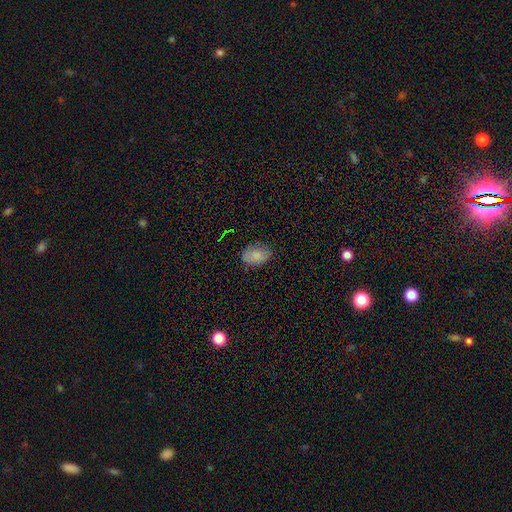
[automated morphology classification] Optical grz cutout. It shows a smooth galaxy with no disk features (82%) that is in between round and cigar-shaped (86%). Merging: none (78%).